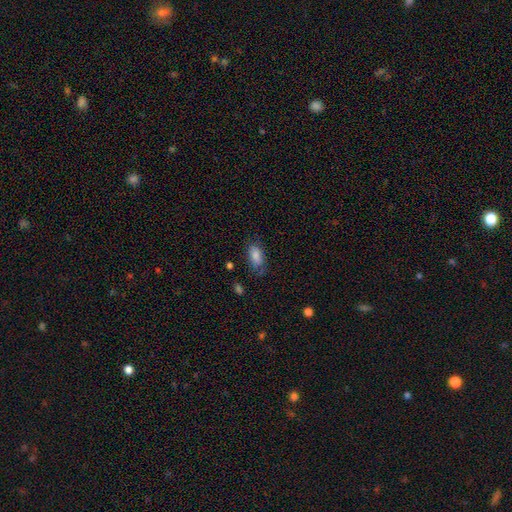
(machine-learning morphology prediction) Smooth or featured? smooth (84%)
How rounded? in between (91%)
Merging? none (67%)